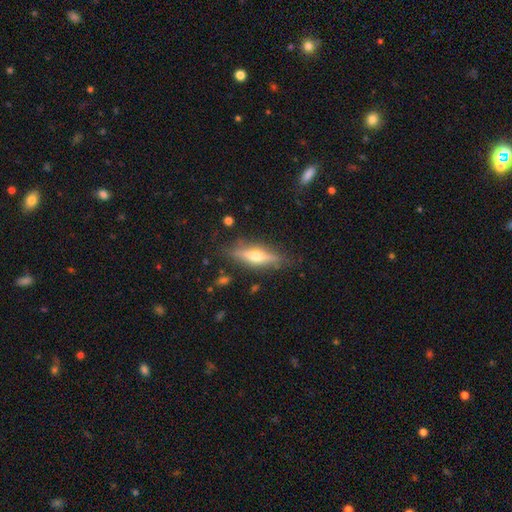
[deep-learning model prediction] Smooth or featured? Predicted: featured or disk (p=0.58). Edge-on disk? Predicted: yes (p=0.91). Edge-on bulge? Predicted: rounded (p=0.90). Merging? Predicted: none (p=0.82).